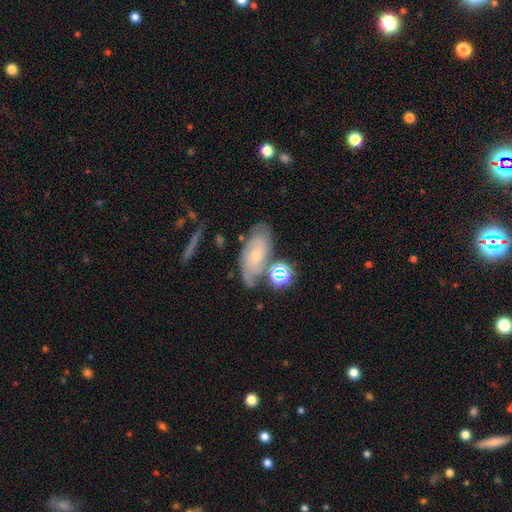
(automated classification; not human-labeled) A featured or disk galaxy (62%) with no bar (76%), spiral arms (86%) and a small central bulge (68%). Merging: none (59%).